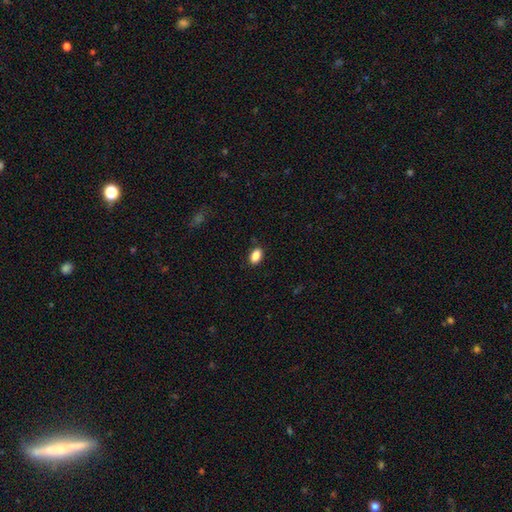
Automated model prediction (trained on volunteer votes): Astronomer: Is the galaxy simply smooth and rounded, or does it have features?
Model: smooth — 88%.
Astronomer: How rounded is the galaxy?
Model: in between — 89%.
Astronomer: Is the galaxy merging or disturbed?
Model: none — 86%.